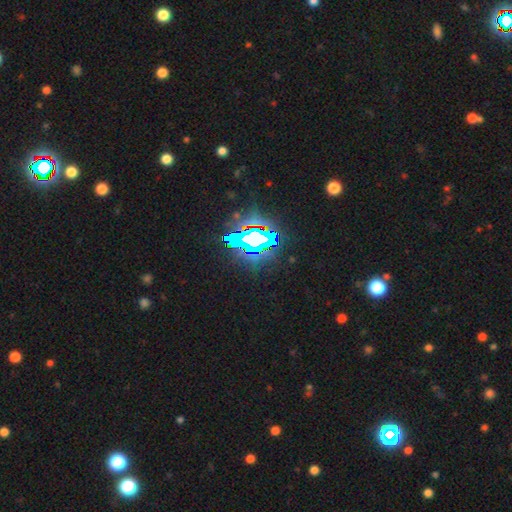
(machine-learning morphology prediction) Smooth or featured: star or artifact — 84% (smooth — 9%)